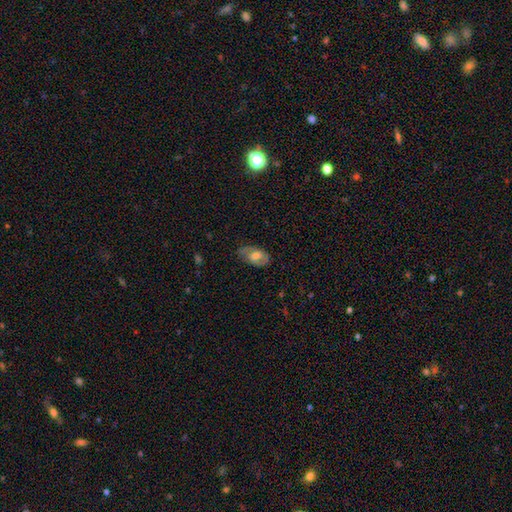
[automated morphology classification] Smooth or featured? Predicted: smooth (p=0.47). Merging? Predicted: none (p=0.65).